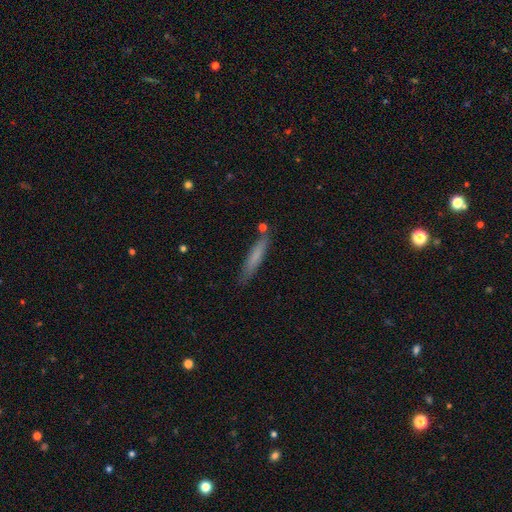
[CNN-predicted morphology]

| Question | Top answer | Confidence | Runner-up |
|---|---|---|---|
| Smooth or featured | smooth | 72% | featured or disk (22%) |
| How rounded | cigar-shaped | 92% | in between (7%) |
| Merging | none | 82% | minor disturbance (12%) |